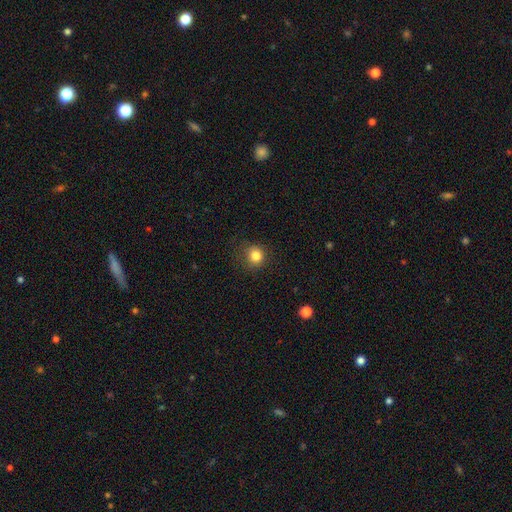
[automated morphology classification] A smooth galaxy with no disk features (83%) that is round (90%). Merging: none (83%).